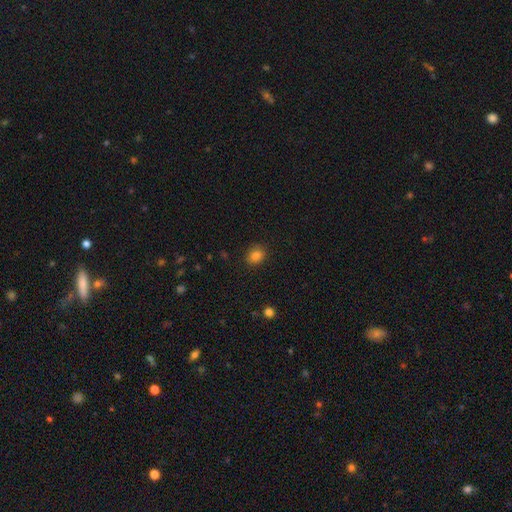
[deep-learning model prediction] A smooth galaxy with no disk features (84%) that is in between round and cigar-shaped (50%). Merging: none (85%).